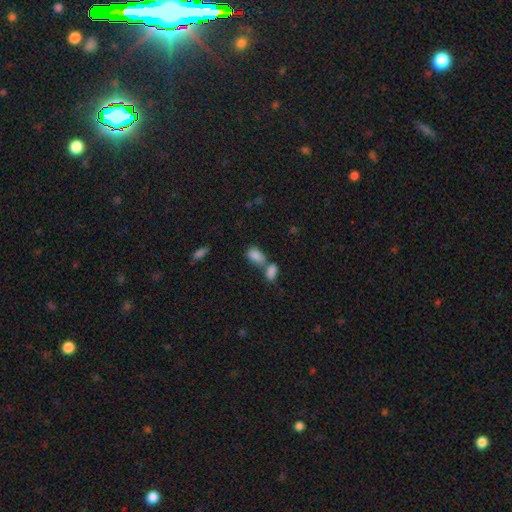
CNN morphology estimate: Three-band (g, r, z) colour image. It shows a smooth galaxy with no disk features (84%) that is in between round and cigar-shaped (91%). Merging: merger (53%).